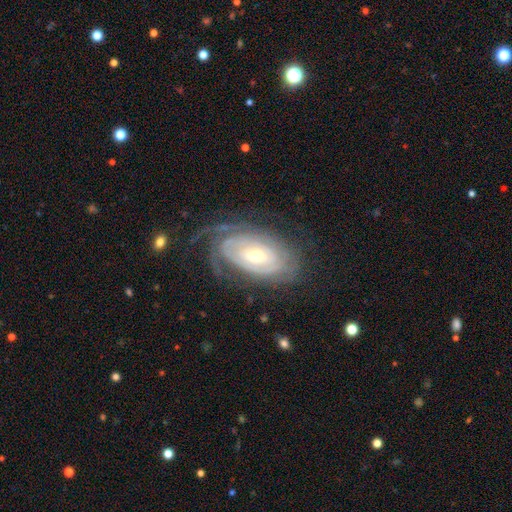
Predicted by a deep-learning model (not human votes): Smooth or featured?
  - featured or disk: 84% *
  - smooth: 10%
  - star or artifact: 6%
Edge-on disk?
  - no: 94% *
  - yes: 6%
Bar?
  - no: 58% *
  - weak: 29%
  - strong: 12%
Spiral arms?
  - yes: 92% *
  - no: 8%
Spiral winding?
  - tight: 76% *
  - medium: 18%
  - loose: 6%
Spiral arm count?
  - can't tell: 45% *
  - 2: 20%
  - 3: 13%
  - 4: 10%
  - 1: 6%
  - more than 4: 6%
Bulge size?
  - small: 53% *
  - moderate: 43%
  - large: 3%
  - dominant: 1%
  - none: 1%
Merging?
  - none: 64% *
  - minor disturbance: 20%
  - major disturbance: 15%
  - merger: 2%